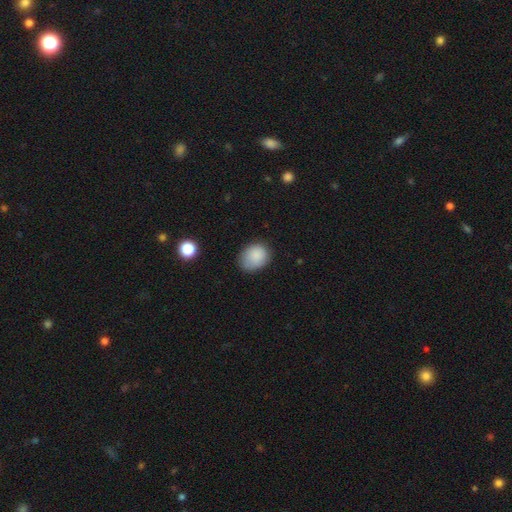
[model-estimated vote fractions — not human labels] smooth_or_featured: smooth (p=0.86) [alt: star or artifact p=0.08]
how_rounded: in between (p=0.51) [alt: round p=0.48]
merging: none (p=0.72) [alt: minor disturbance p=0.21]